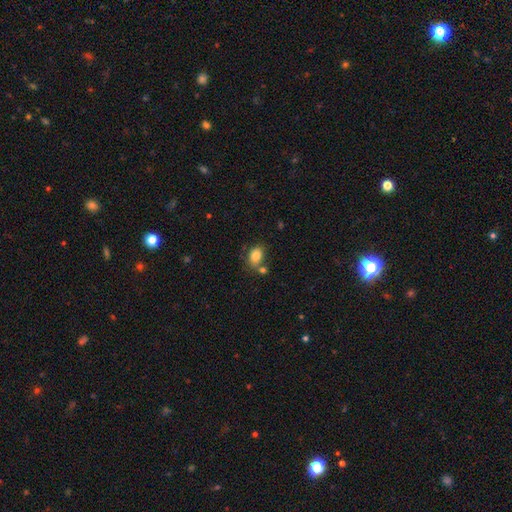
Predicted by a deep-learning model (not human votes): This is clearly a smooth galaxy (81%). How rounded: likely in between (74%). Merging: likely none (61%).